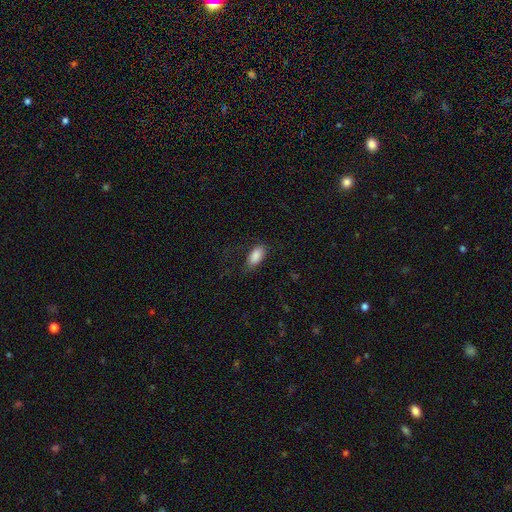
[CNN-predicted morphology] smooth 86%, star or artifact 7%, featured or disk 7%. Down the decision tree: how rounded — in between (92%); merging — none (68%).